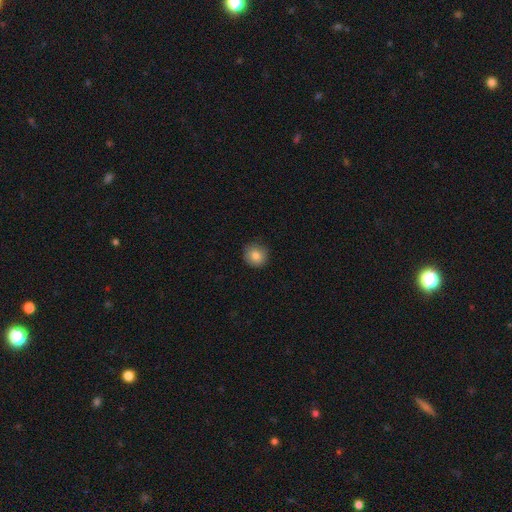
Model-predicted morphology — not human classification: smooth-or-featured: smooth: 84% | star or artifact: 10% | featured or disk: 7%
  how-rounded: round: 92% | in between: 7% | cigar-shaped: 1%
  merging: none: 87% | minor disturbance: 10% | major disturbance: 2% | merger: 1%